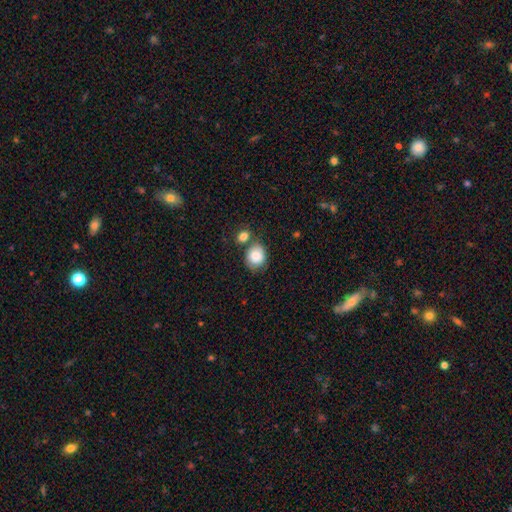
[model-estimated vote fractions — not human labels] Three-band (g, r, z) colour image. It shows a smooth galaxy with no disk features (83%) that is round (63%). Merging: none (55%).